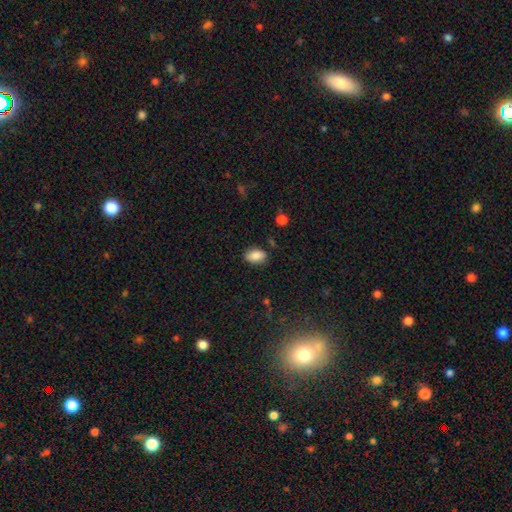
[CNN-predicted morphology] This is clearly a smooth galaxy (87%). How rounded: clearly in between (90%). Merging: clearly none (84%).